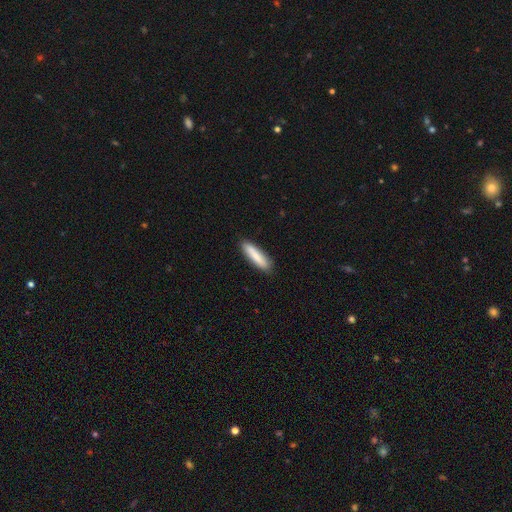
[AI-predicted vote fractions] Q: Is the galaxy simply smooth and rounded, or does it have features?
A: smooth — 80%.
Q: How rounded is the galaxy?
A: cigar-shaped — 78%.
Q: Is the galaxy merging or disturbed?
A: none — 88%.